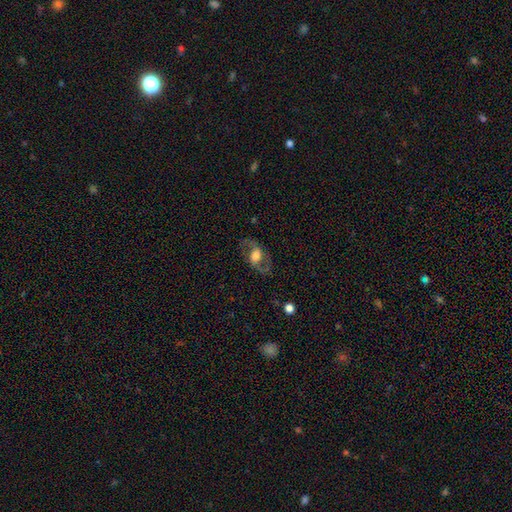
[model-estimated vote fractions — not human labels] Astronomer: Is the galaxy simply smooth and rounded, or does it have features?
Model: featured or disk — 69%.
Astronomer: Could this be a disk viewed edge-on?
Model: no — 91%.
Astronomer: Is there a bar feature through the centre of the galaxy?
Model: no — 52% (runner-up: weak, 34%).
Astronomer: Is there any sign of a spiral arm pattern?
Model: yes — 76%.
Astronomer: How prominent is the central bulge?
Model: large — 44% (runner-up: moderate, 41%).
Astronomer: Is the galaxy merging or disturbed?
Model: none — 74%.